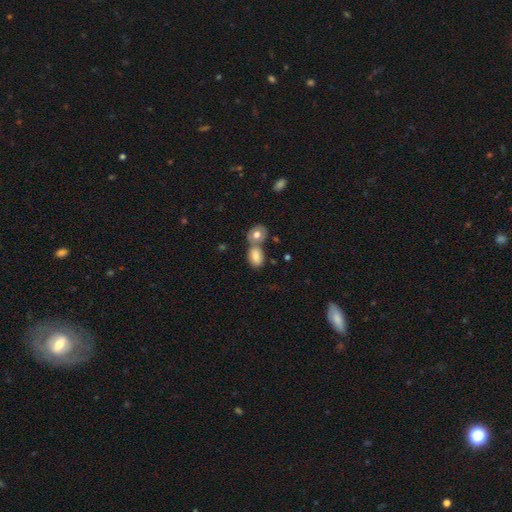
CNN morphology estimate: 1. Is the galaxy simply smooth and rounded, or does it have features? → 75% smooth, 16% featured or disk, 9% star or artifact.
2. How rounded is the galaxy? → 74% in between, 24% round, 2% cigar-shaped.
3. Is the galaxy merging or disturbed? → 43% none, 42% merger, 11% minor disturbance, 4% major disturbance.